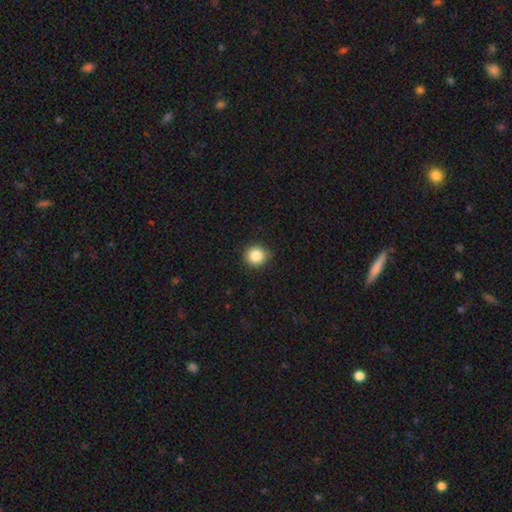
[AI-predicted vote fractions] This appears to be a smooth galaxy with no disk features (86%) that is round (88%). Merging: none (88%).